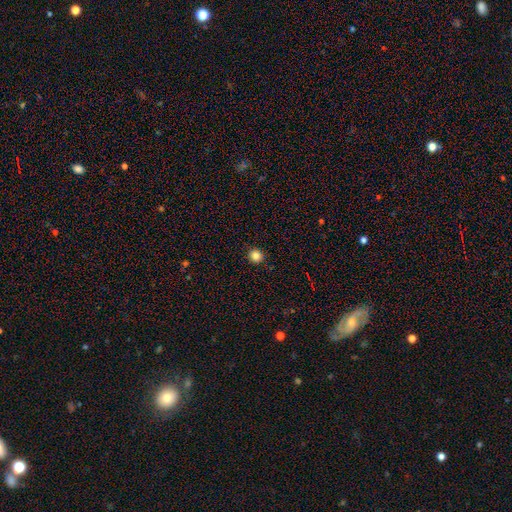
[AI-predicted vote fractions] Smooth or featured? Predicted: smooth (p=0.84). How rounded? Predicted: round (p=0.91). Merging? Predicted: none (p=0.92).